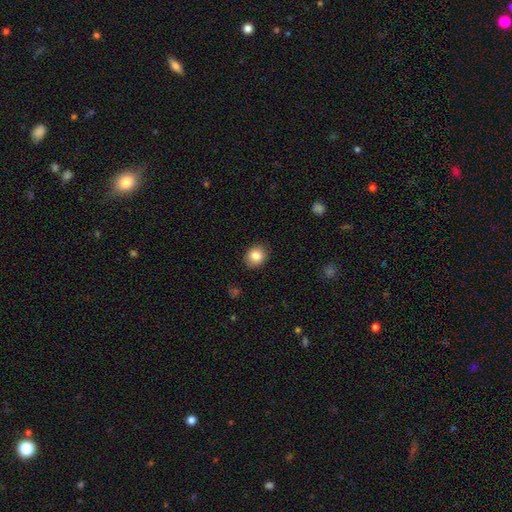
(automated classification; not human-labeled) The model was most divided on "how rounded": round: 65%, in between: 34%, cigar-shaped: 1%. More confident: merging — none (88%); smooth or featured — smooth (84%).